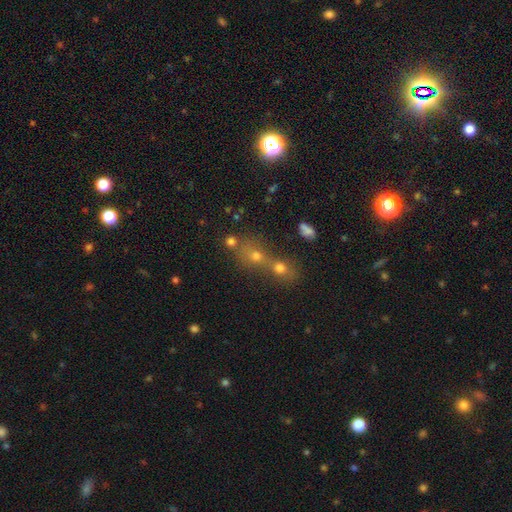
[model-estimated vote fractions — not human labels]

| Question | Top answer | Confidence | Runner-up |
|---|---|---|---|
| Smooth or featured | smooth | 66% | star or artifact (19%) |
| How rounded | round | 67% | in between (30%) |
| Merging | merger | 61% | none (28%) |